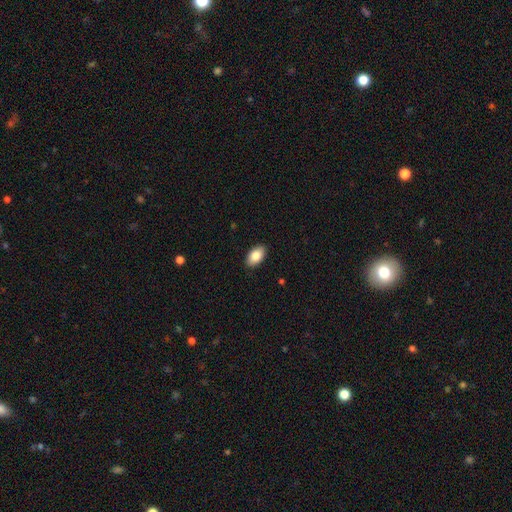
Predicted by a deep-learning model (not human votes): This appears to be a smooth galaxy with no disk features (85%) that is in between round and cigar-shaped (93%). Merging: none (90%).